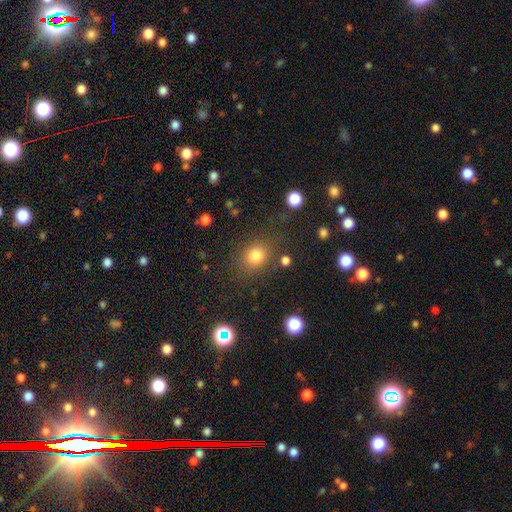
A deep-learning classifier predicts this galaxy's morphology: The model was most divided on "how rounded": round: 65%, in between: 34%, cigar-shaped: 1%. More confident: smooth or featured — smooth (79%); merging — none (78%).